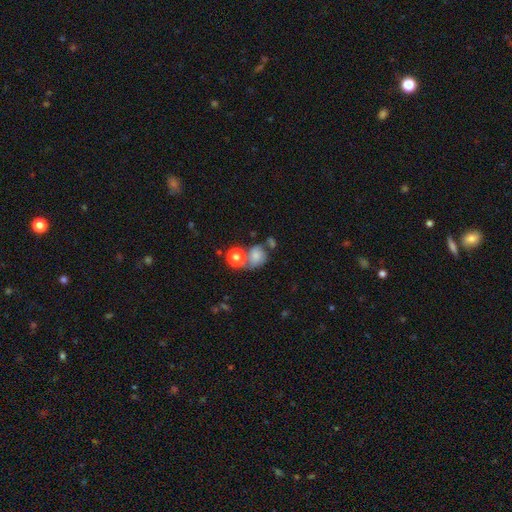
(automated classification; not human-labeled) Overall: smooth (61%; featured or disk 26%). How rounded: round (64%; in between 34%). Merging: none (39%; merger 31%).